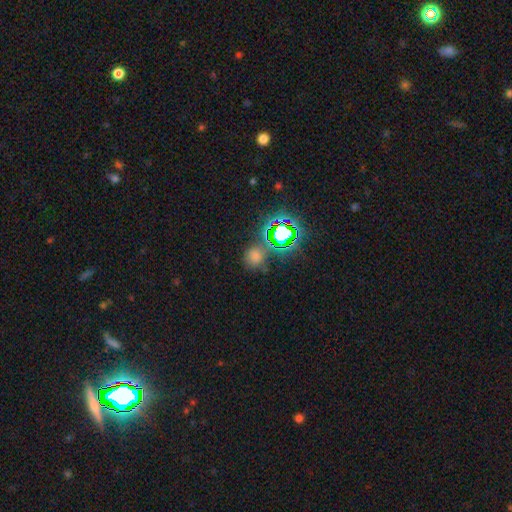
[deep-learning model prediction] smooth_or_featured: smooth (p=0.53) [alt: star or artifact p=0.39]
how_rounded: round (p=0.75) [alt: in between p=0.24]
merging: none (p=0.70) [alt: minor disturbance p=0.15]